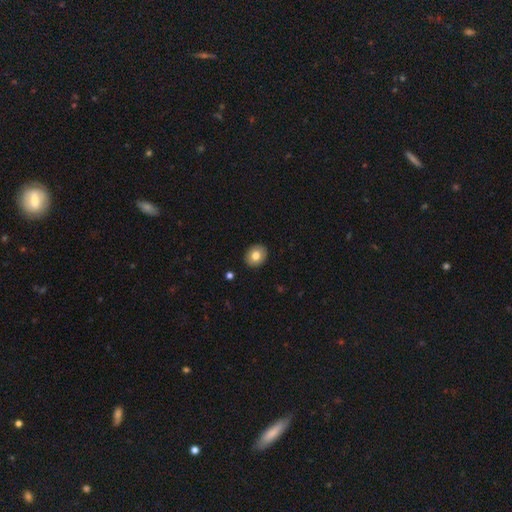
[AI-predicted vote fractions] Smooth or featured? Predicted: smooth (p=0.78). How rounded? Predicted: round (p=0.64). Merging? Predicted: none (p=0.91).